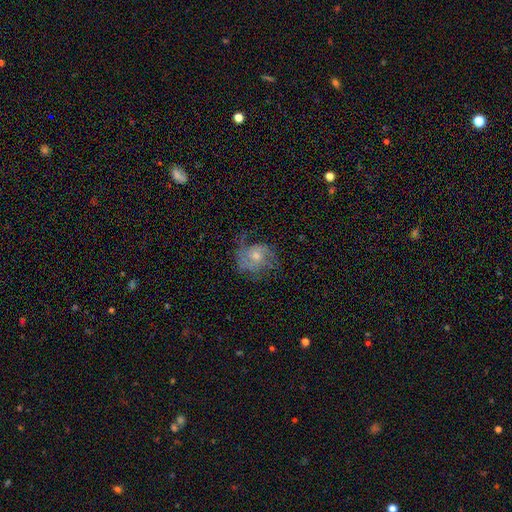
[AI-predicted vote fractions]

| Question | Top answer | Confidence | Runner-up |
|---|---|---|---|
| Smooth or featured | featured or disk | 72% | smooth (18%) |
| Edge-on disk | no | 97% | yes (3%) |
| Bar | no | 72% | weak (24%) |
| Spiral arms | yes | 91% | no (9%) |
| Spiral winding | medium | 45% | tight (33%) |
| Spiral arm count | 2 | 42% | can't tell (22%) |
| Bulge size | moderate | 49% | small (44%) |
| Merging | none | 63% | minor disturbance (20%) |